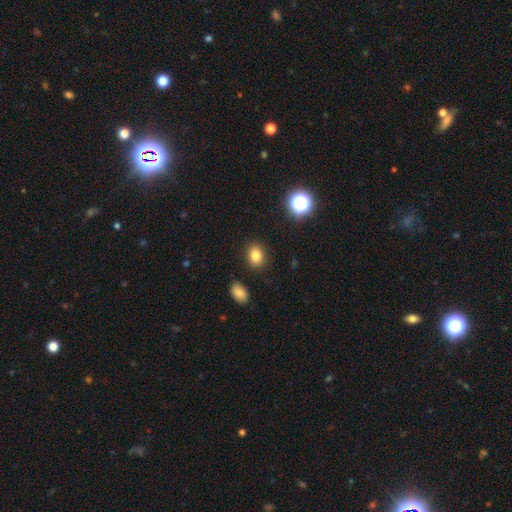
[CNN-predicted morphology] This appears to be a smooth galaxy with no disk features (82%) that is in between round and cigar-shaped (55%). Merging: none (88%).